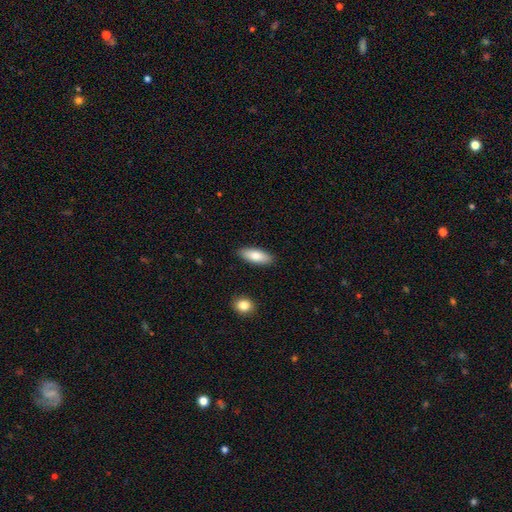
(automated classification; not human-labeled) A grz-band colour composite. It shows a smooth galaxy with no disk features (82%) that is in between round and cigar-shaped (73%). Merging: none (89%).